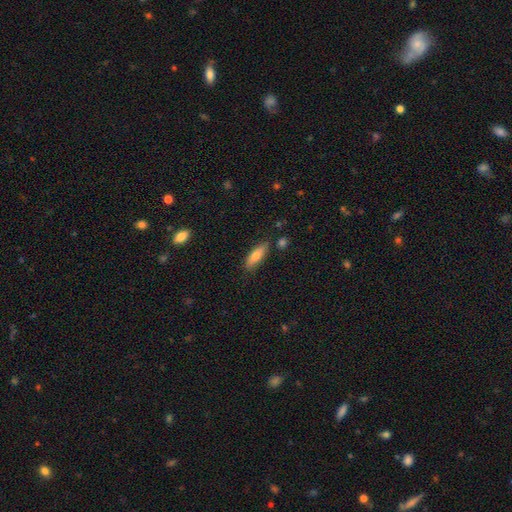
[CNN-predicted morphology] A smooth galaxy with no disk features (71%) that is cigar-shaped (50%).

Vote fractions:
- Smooth or featured? smooth: 71% / featured or disk: 22% / star or artifact: 7%
- How rounded? cigar-shaped: 50% / in between: 48% / round: 2%
- Merging? none: 81% / minor disturbance: 13% / merger: 3% / major disturbance: 3%